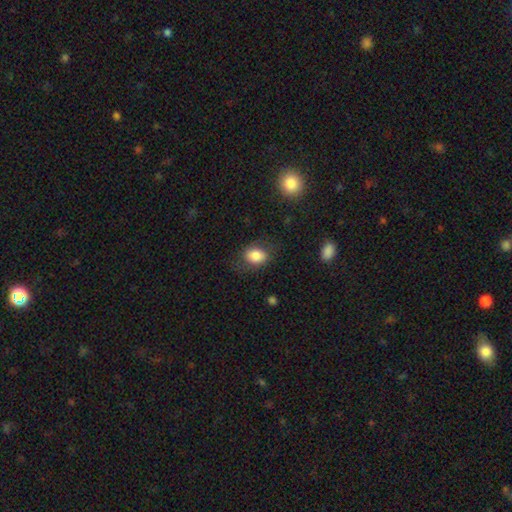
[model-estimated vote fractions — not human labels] Smooth or featured? smooth (80%)
How rounded? in between (68%)
Merging? none (71%)